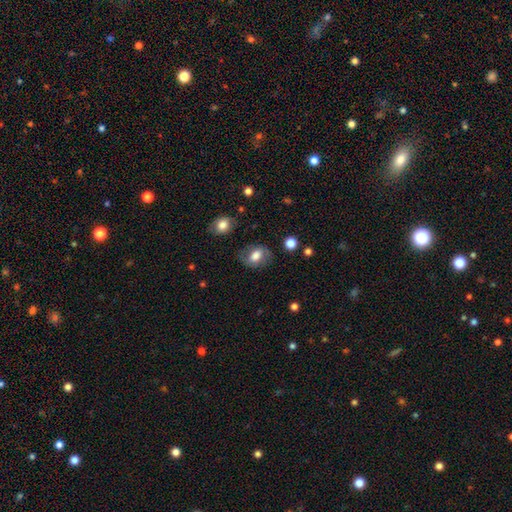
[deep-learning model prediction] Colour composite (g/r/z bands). It shows a smooth galaxy with no disk features (67%) that is in between round and cigar-shaped (72%). Merging: none (72%).